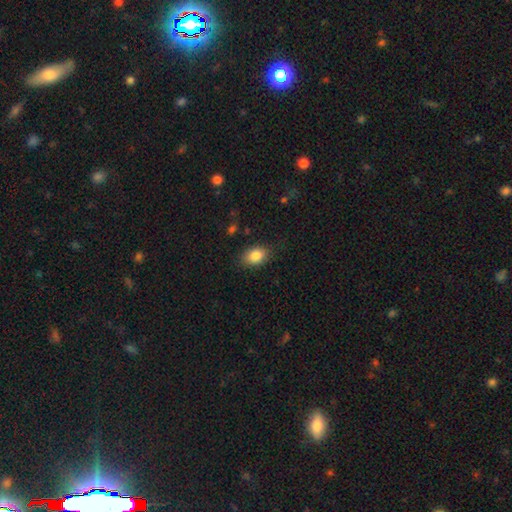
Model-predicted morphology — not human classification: Smooth or featured? smooth (84%)
How rounded? in between (85%)
Merging? none (82%)